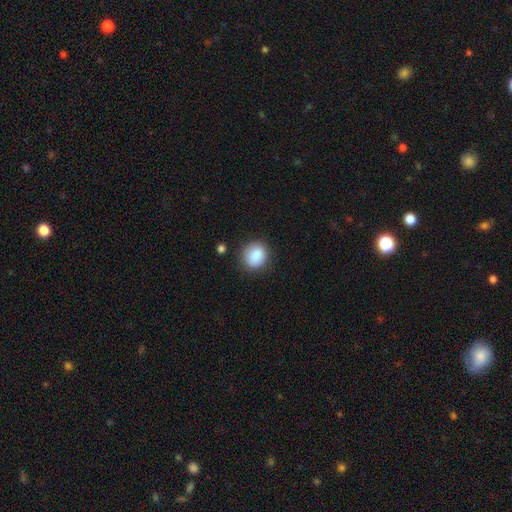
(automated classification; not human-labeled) A smooth galaxy with no disk features (88%) that is round (73%).

Vote fractions:
- Smooth or featured? smooth: 88% / star or artifact: 8% / featured or disk: 5%
- How rounded? round: 73% / in between: 26% / cigar-shaped: 1%
- Merging? none: 82% / minor disturbance: 12% / major disturbance: 4% / merger: 2%